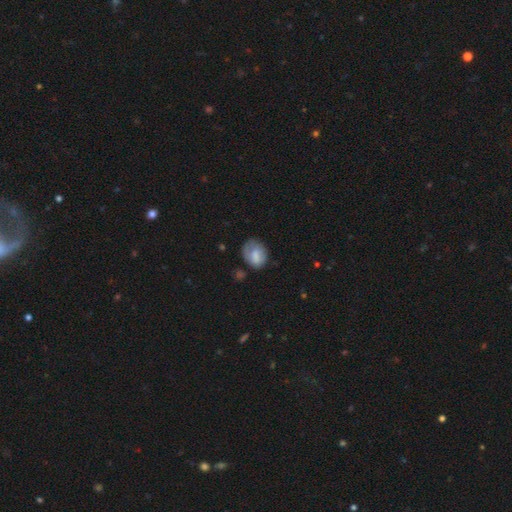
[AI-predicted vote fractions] Q: Smooth or featured?
A: smooth (71%); runner-up: featured or disk (21%)
Q: How rounded?
A: in between (60%); runner-up: round (39%)
Q: Merging?
A: none (50%); runner-up: minor disturbance (30%)